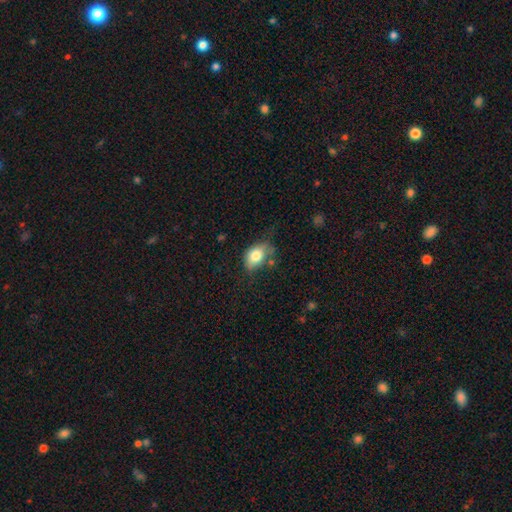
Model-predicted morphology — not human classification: type=smooth (77%); roundness=in between (81%); merging=none (44%).